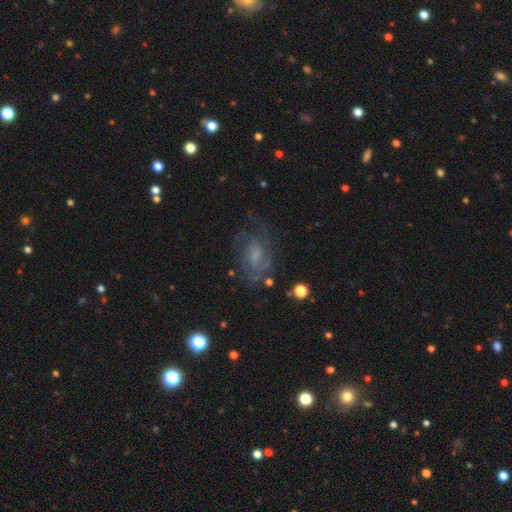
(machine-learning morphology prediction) A featured or disk galaxy (71%) with no bar (51%), medium (43%) spiral arms (88%) and a small central bulge (35%). Merging: none (61%).